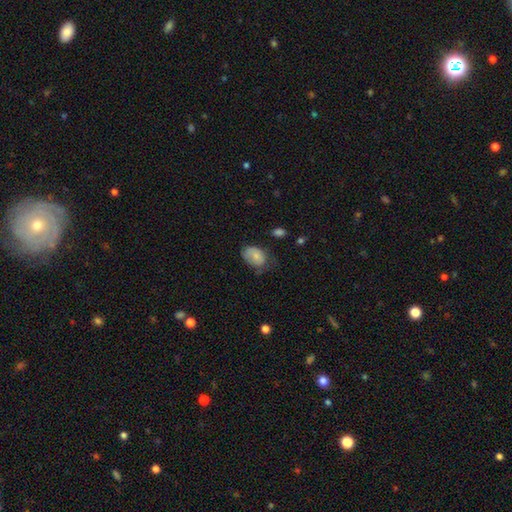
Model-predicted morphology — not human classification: Smooth or featured?
  - smooth: 75% *
  - featured or disk: 18%
  - star or artifact: 7%
How rounded?
  - in between: 80% *
  - round: 19%
  - cigar-shaped: 1%
Merging?
  - none: 44% *
  - minor disturbance: 37%
  - major disturbance: 17%
  - merger: 2%